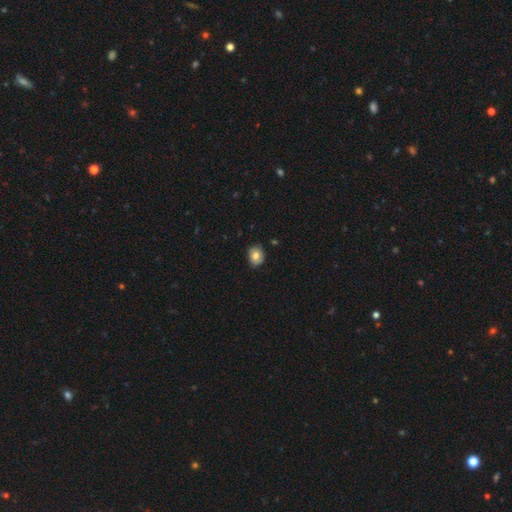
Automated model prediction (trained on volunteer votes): Smooth or featured? smooth (77%)
How rounded? round (60%)
Merging? none (86%)